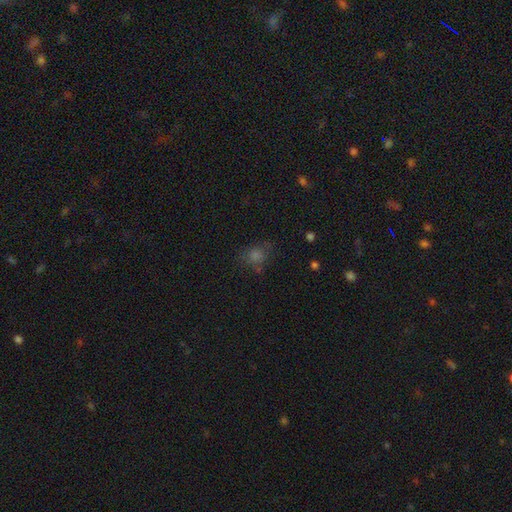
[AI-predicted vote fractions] Overall: smooth (60%; star or artifact 30%). How rounded: round (67%; in between 31%). Merging: none (71%).